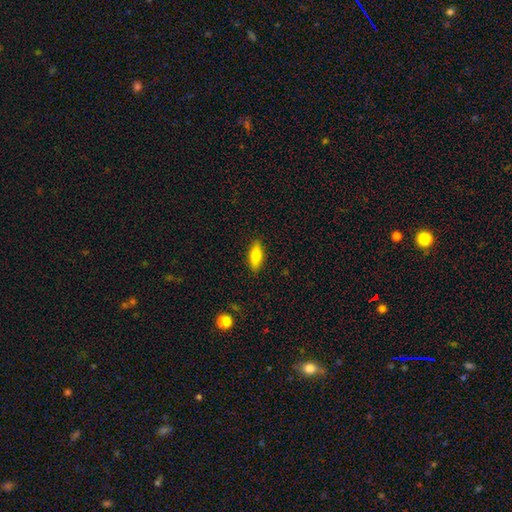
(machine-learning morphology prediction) Smooth or featured?
  - smooth: 77% *
  - featured or disk: 17%
  - star or artifact: 7%
How rounded?
  - in between: 67% *
  - cigar-shaped: 31%
  - round: 3%
Merging?
  - none: 89% *
  - minor disturbance: 8%
  - major disturbance: 2%
  - merger: 1%